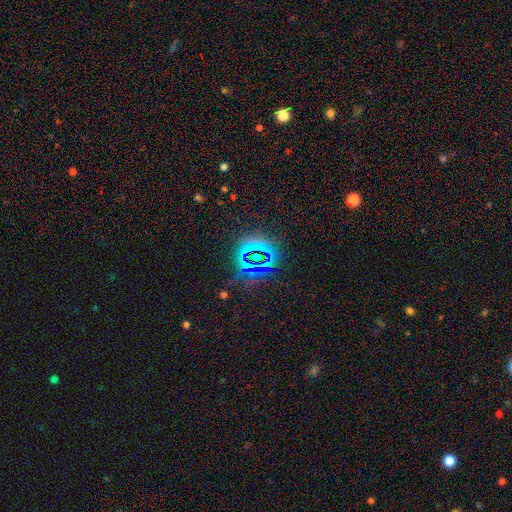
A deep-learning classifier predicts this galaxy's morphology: The model was most divided on "smooth or featured": star or artifact: 78%, smooth: 12%, featured or disk: 9%.